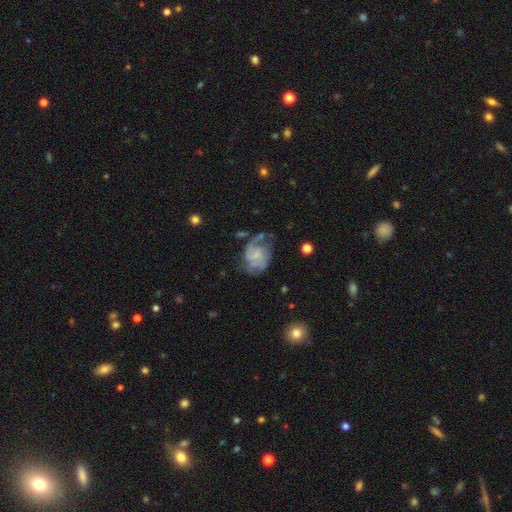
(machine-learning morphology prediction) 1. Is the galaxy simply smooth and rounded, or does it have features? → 75% featured or disk, 18% smooth, 7% star or artifact.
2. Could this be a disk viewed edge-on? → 98% no, 2% yes.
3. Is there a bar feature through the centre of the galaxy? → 55% no, 38% weak, 7% strong.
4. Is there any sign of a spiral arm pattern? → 88% yes, 12% no.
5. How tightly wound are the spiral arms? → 45% medium, 29% loose, 25% tight.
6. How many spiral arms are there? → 52% 2, 19% can't tell, 13% 1, 9% 3, 3% 4, 3% more than 4.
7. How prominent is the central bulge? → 41% none, 40% small, 15% moderate, 3% large, 1% dominant.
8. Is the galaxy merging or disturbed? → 45% none, 27% major disturbance, 24% minor disturbance, 3% merger.